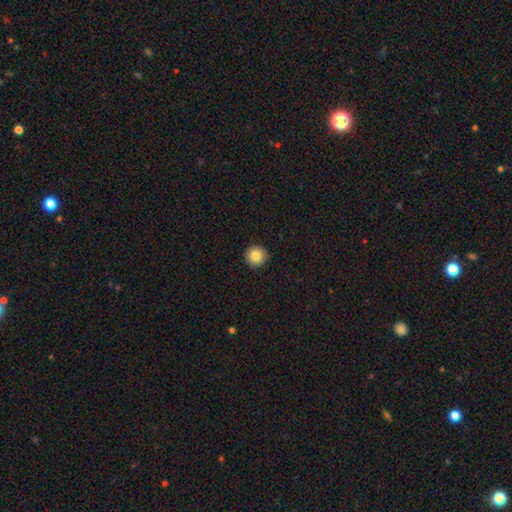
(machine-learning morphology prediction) Q: Smooth or featured?
A: smooth (84%); runner-up: star or artifact (9%)
Q: How rounded?
A: round (94%); runner-up: in between (5%)
Q: Merging?
A: none (92%); runner-up: minor disturbance (5%)